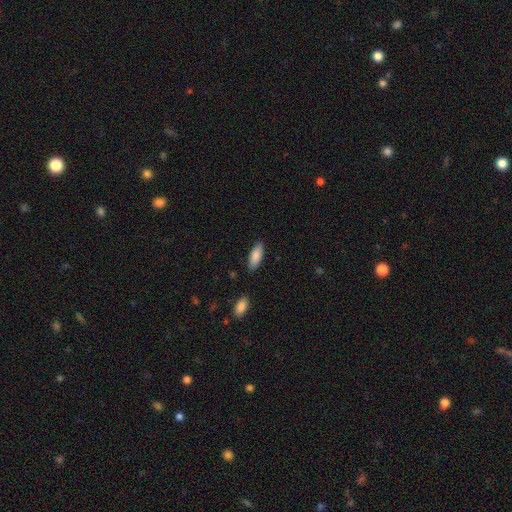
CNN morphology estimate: Smooth or featured?
  - smooth: 87% *
  - featured or disk: 7%
  - star or artifact: 6%
How rounded?
  - in between: 74% *
  - cigar-shaped: 24%
  - round: 2%
Merging?
  - none: 84% *
  - minor disturbance: 11%
  - major disturbance: 2%
  - merger: 2%